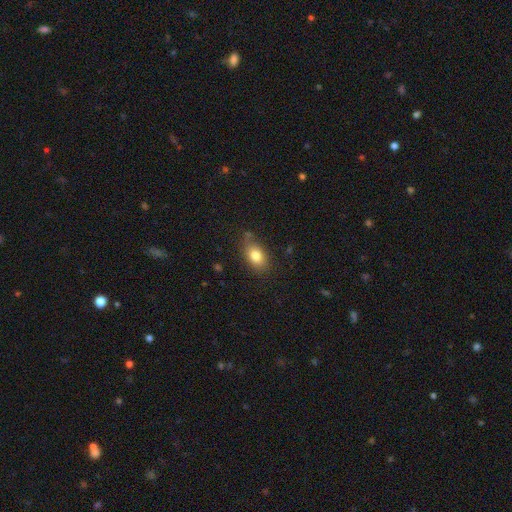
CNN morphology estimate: A smooth galaxy with no disk features (81%) that is in between round and cigar-shaped (82%). Merging: none (72%).